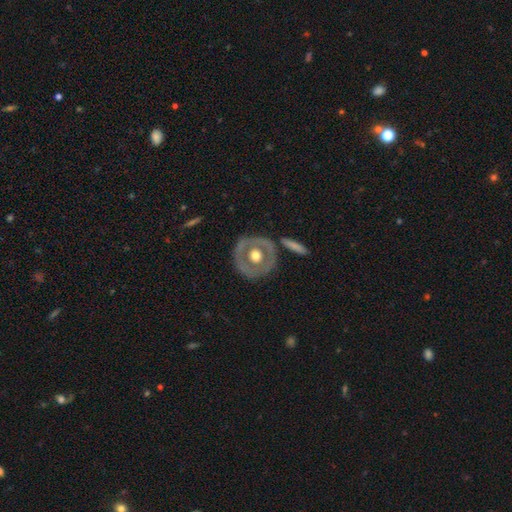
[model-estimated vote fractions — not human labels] This is possibly a featured or disk galaxy (56%). It is clearly not viewed edge-on (92%). Bar: clearly no (90%). Spiral arm pattern: clearly no (91%). Central bulge: likely moderate (72%). Merging: likely none (80%).